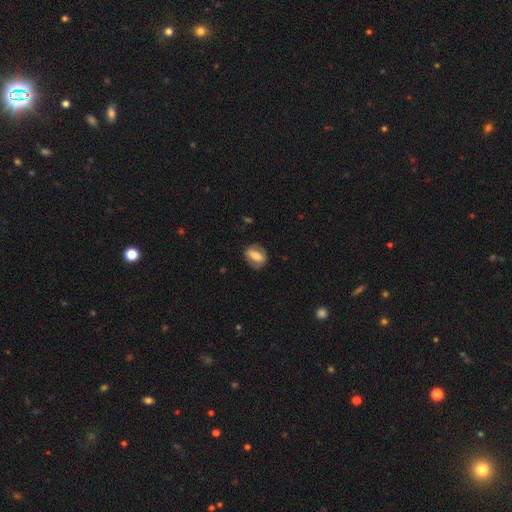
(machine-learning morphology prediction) Overall: smooth (53%; featured or disk 40%). How rounded: in between (63%; round 31%). Merging: none (81%).